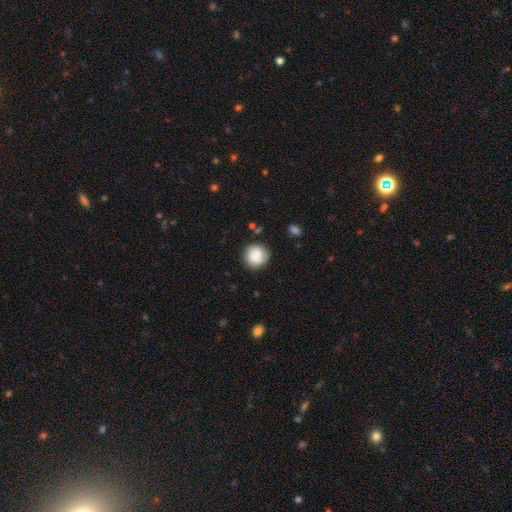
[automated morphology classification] Smooth or featured?
  - smooth: 84% *
  - featured or disk: 9%
  - star or artifact: 8%
How rounded?
  - round: 92% *
  - in between: 7%
  - cigar-shaped: 1%
Merging?
  - none: 83% *
  - minor disturbance: 12%
  - major disturbance: 3%
  - merger: 2%